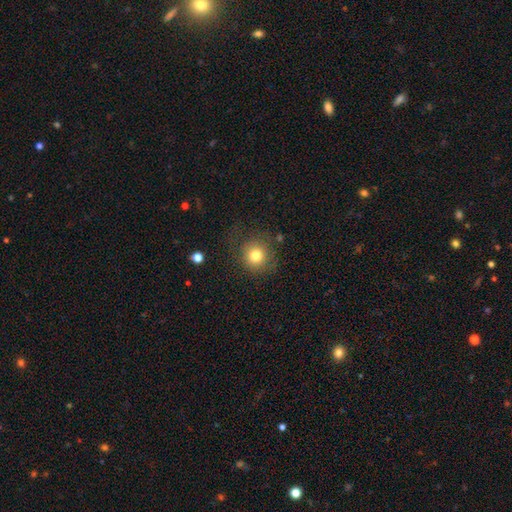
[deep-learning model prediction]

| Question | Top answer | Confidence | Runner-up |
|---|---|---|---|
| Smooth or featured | smooth | 78% | star or artifact (12%) |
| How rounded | round | 90% | in between (9%) |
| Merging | none | 75% | minor disturbance (15%) |